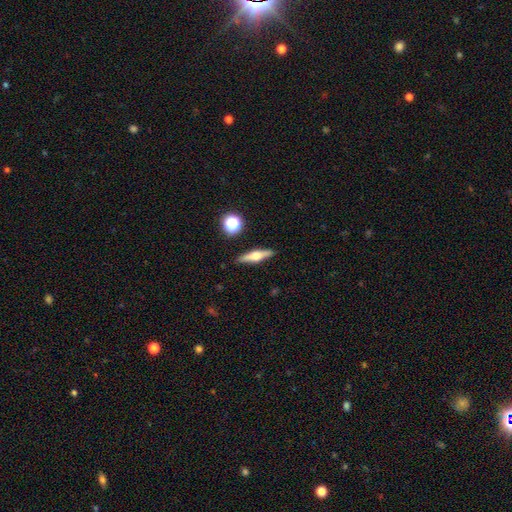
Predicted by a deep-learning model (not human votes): A featured or disk galaxy (57%) viewed edge-on (95%) with a rounded central bulge (91%). Merging: none (89%).